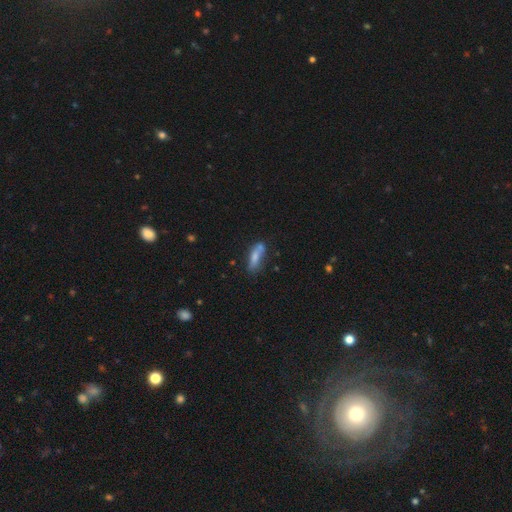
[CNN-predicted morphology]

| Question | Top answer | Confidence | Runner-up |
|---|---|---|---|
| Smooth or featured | smooth | 68% | featured or disk (24%) |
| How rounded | cigar-shaped | 53% | in between (45%) |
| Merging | none | 52% | minor disturbance (22%) |